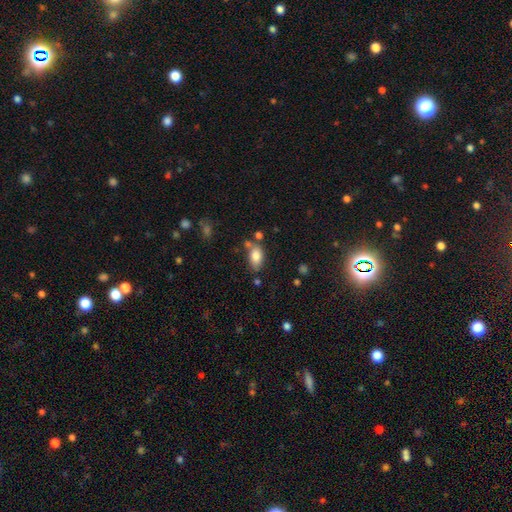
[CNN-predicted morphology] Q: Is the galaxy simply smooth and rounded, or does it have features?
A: smooth — 83%.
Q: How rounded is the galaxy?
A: in between — 91%.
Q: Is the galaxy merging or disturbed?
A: none — 60%.